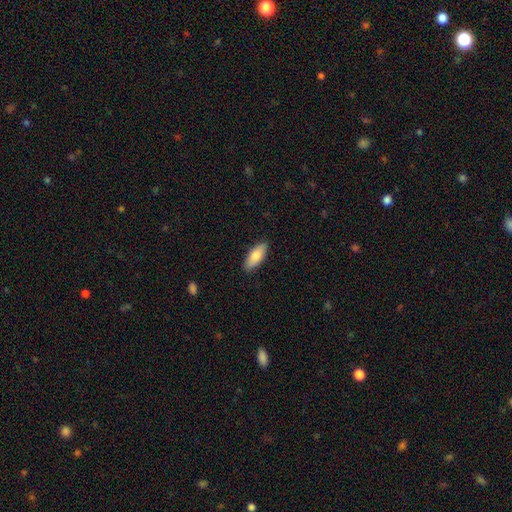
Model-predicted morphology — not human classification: Smooth or featured? Predicted: smooth (p=0.79). How rounded? Predicted: in between (p=0.76). Merging? Predicted: none (p=0.88).